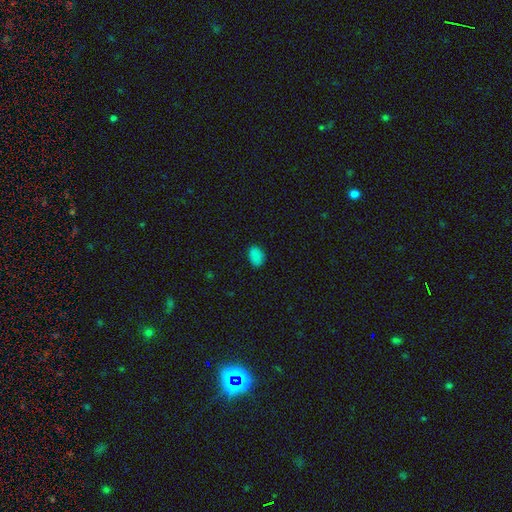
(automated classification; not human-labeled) smooth 83%, star or artifact 14%, featured or disk 3%. Down the decision tree: how rounded — in between (85%); merging — none (84%).